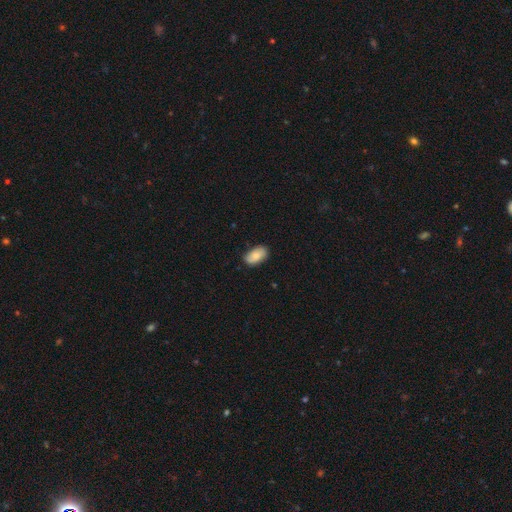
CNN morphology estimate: The model was most divided on "merging": none: 81%, minor disturbance: 16%, major disturbance: 2%, merger: 1%. More confident: how rounded — in between (94%); smooth or featured — smooth (81%).